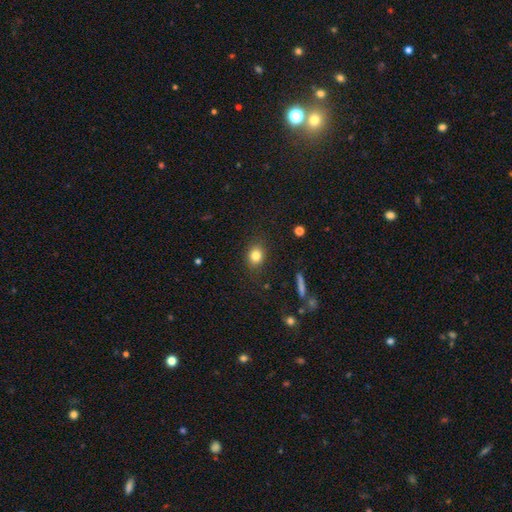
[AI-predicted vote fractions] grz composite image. It shows a smooth galaxy with no disk features (81%) that is round (55%). Merging: none (84%).